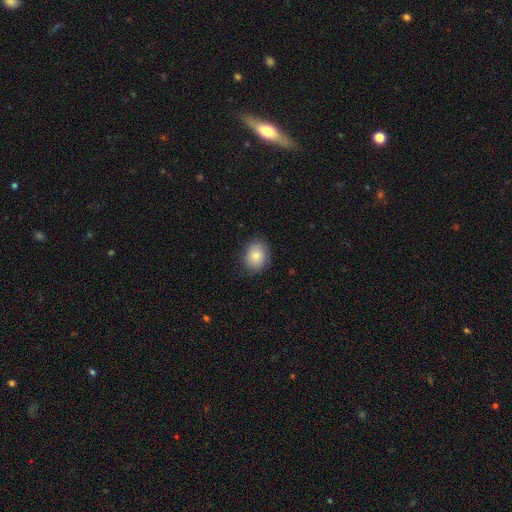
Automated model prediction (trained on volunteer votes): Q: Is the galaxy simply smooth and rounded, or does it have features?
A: smooth — 82%.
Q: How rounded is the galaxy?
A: in between — 52%.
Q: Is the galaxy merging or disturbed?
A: none — 82%.